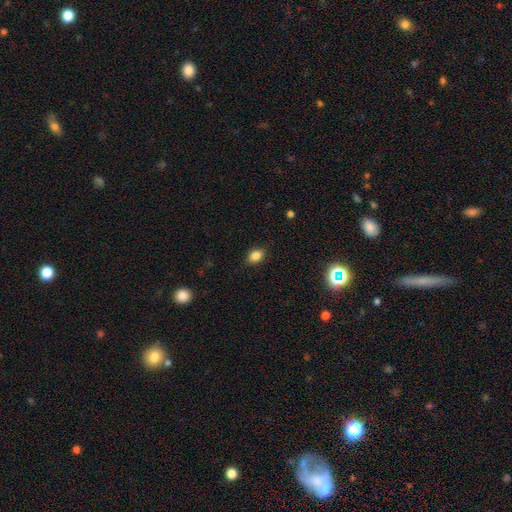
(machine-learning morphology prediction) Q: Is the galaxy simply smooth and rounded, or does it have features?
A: smooth — 84%.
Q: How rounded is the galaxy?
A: in between — 77%.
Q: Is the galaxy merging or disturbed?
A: none — 85%.